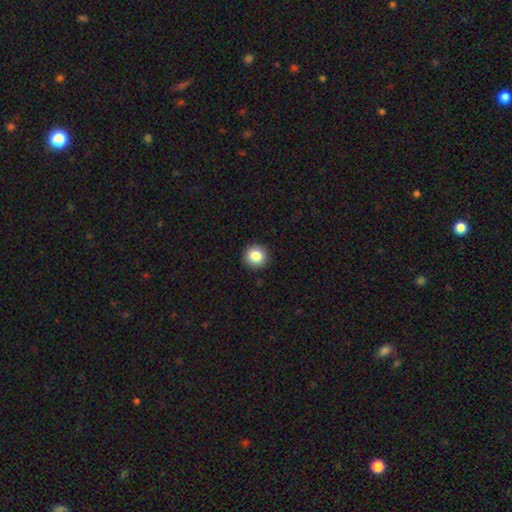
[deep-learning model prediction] Smooth or featured: smooth — 85% (star or artifact — 9%)
How rounded: round — 92% (in between — 7%)
Merging: none — 92% (minor disturbance — 6%)